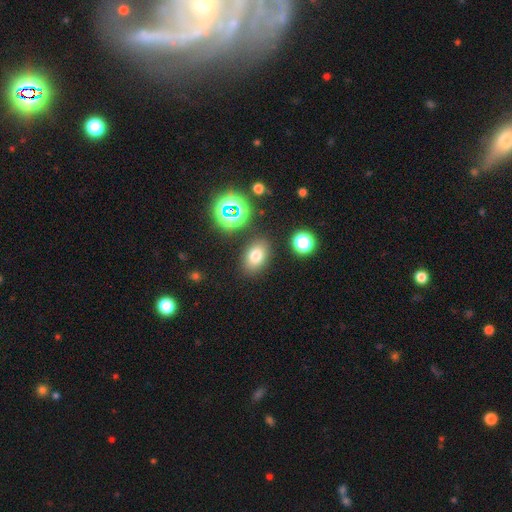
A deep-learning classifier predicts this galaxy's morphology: smooth_or_featured: smooth (p=0.73) [alt: star or artifact p=0.16]
how_rounded: in between (p=0.79) [alt: round p=0.19]
merging: none (p=0.84) [alt: minor disturbance p=0.10]